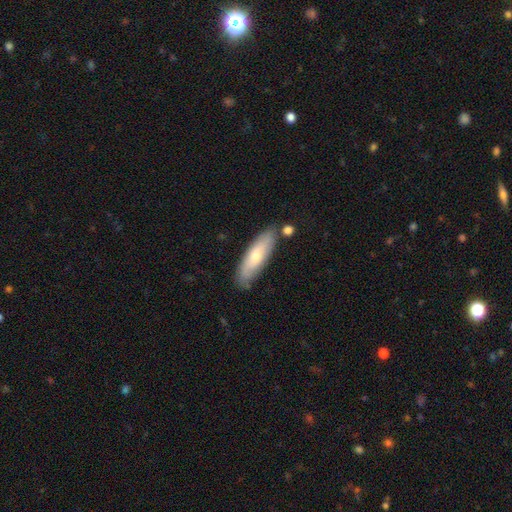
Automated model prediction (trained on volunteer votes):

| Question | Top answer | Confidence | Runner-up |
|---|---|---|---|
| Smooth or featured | smooth | 61% | featured or disk (33%) |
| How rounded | cigar-shaped | 54% | in between (44%) |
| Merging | none | 78% | minor disturbance (14%) |